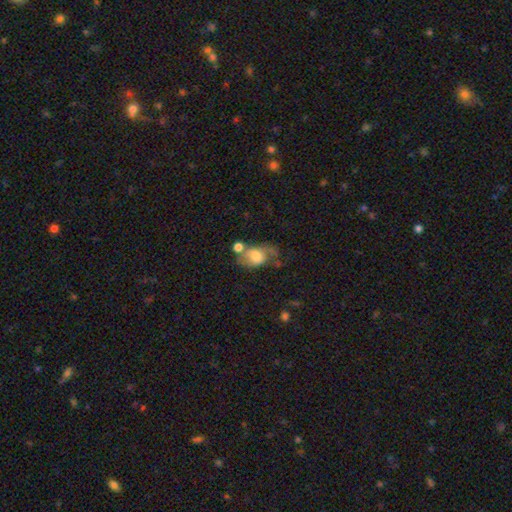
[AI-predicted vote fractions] Smooth or featured: smooth — 52% (featured or disk — 39%)
How rounded: in between — 74% (round — 24%)
Merging: none — 30% (major disturbance — 26%)